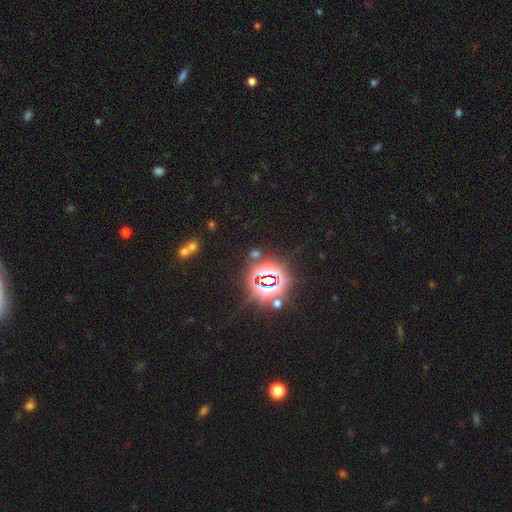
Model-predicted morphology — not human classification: A star or artifact, not a galaxy (79%).